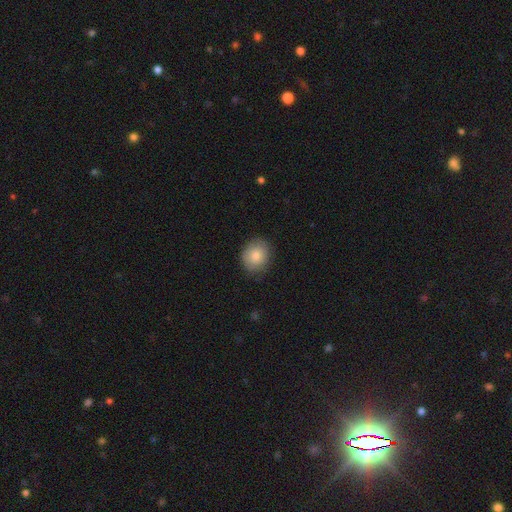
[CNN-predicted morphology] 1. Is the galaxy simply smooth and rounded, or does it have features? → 83% smooth, 10% featured or disk, 8% star or artifact.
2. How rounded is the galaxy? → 70% round, 29% in between, 1% cigar-shaped.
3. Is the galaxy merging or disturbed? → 84% none, 12% minor disturbance, 3% major disturbance, 1% merger.